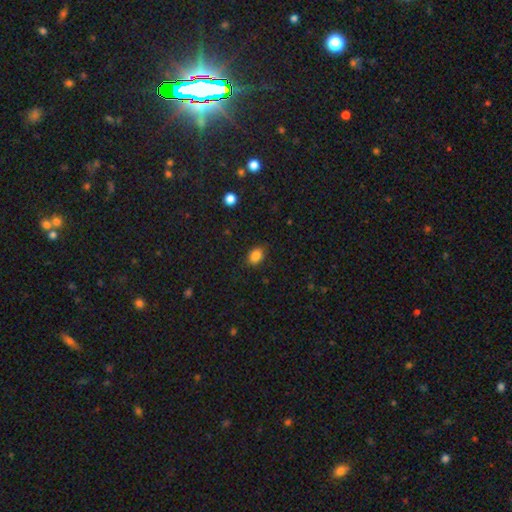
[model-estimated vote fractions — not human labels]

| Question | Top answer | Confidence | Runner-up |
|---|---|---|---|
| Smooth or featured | smooth | 86% | star or artifact (10%) |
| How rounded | in between | 73% | round (25%) |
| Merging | none | 84% | minor disturbance (12%) |